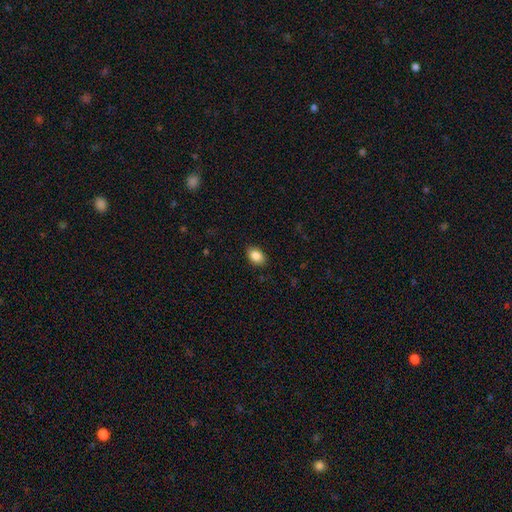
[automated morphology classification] smooth 87%, star or artifact 8%, featured or disk 5%. Down the decision tree: how rounded — in between (81%); merging — none (87%).